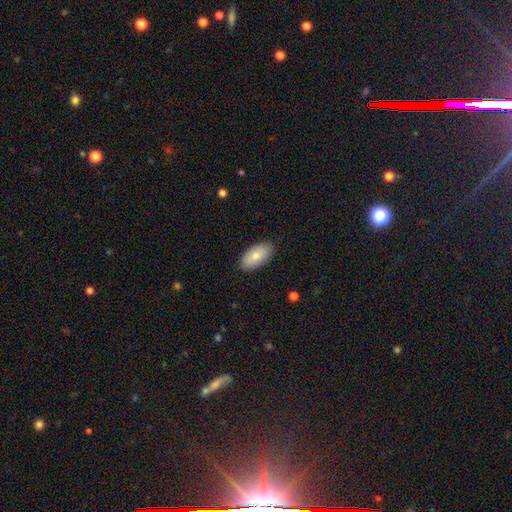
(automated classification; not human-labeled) A smooth galaxy with no disk features (79%) that is in between round and cigar-shaped (94%).

Vote fractions:
- Smooth or featured? smooth: 79% / featured or disk: 15% / star or artifact: 6%
- How rounded? in between: 94% / cigar-shaped: 3% / round: 2%
- Merging? none: 88% / minor disturbance: 10% / major disturbance: 2% / merger: 1%